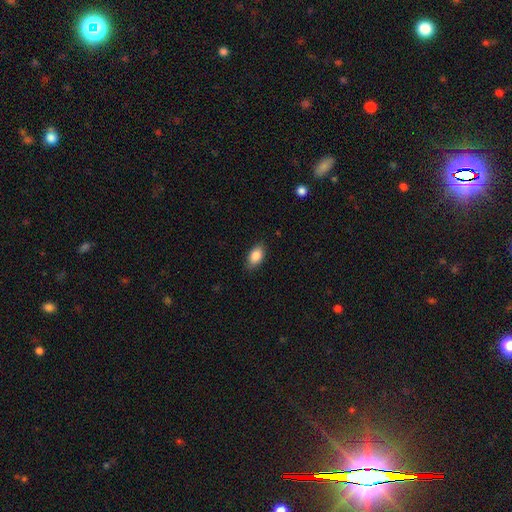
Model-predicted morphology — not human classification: A smooth galaxy with no disk features (86%) that is in between round and cigar-shaped (91%). Merging: none (84%).